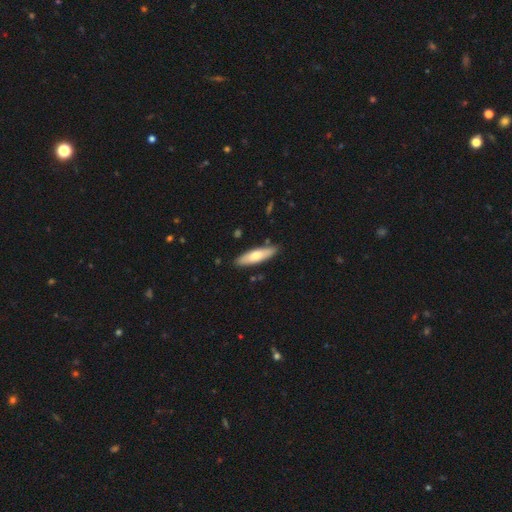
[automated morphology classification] Overall: smooth (66%; featured or disk 29%). How rounded: cigar-shaped (62%; in between 37%). Merging: none (86%).